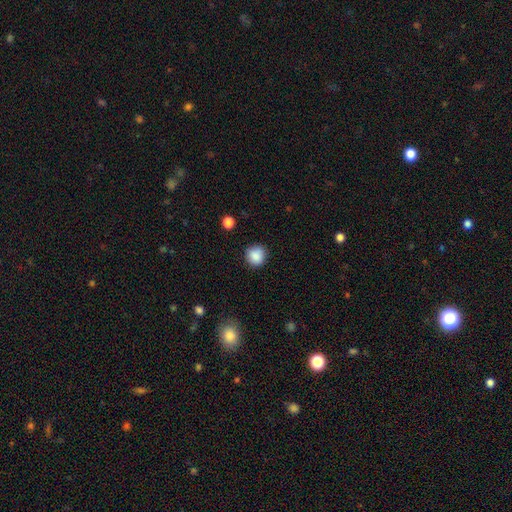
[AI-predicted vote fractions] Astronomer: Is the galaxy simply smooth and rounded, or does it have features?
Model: smooth — 87%.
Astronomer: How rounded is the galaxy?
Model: round — 90%.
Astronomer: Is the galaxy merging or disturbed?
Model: none — 88%.